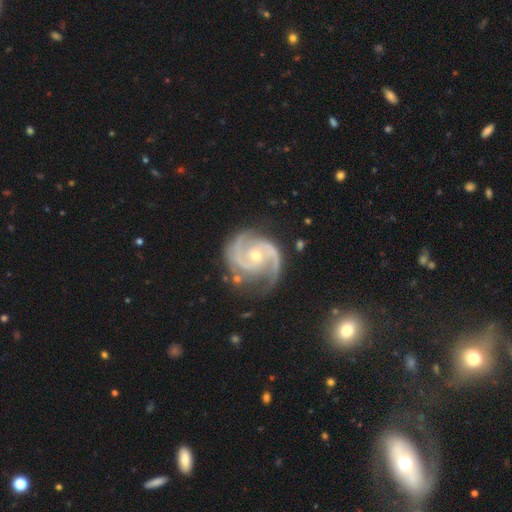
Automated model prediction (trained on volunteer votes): This is clearly a featured or disk galaxy (93%). It is clearly not viewed edge-on (98%). Bar: likely no (62%). Spiral arm pattern: clearly yes (99%). Spiral arm count: clearly 2 (82%). Spiral winding: possibly medium (53%). Central bulge: possibly small (54%). Merging: likely none (73%).